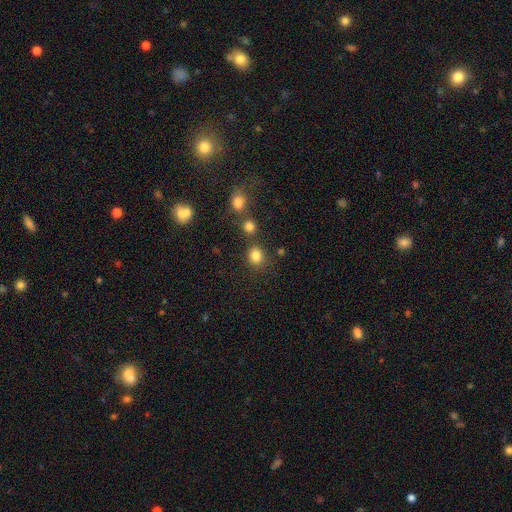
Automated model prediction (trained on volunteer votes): smooth 82%, star or artifact 13%, featured or disk 5%. Down the decision tree: how rounded — round (77%); merging — none (75%).